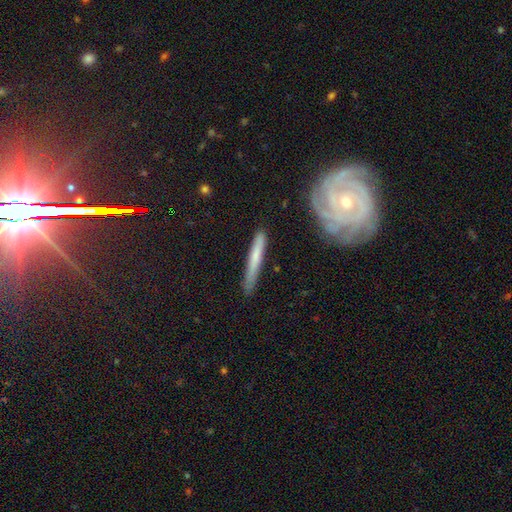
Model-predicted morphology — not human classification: This is possibly a smooth galaxy (51%). How rounded: clearly cigar-shaped (95%). Merging: clearly none (83%).